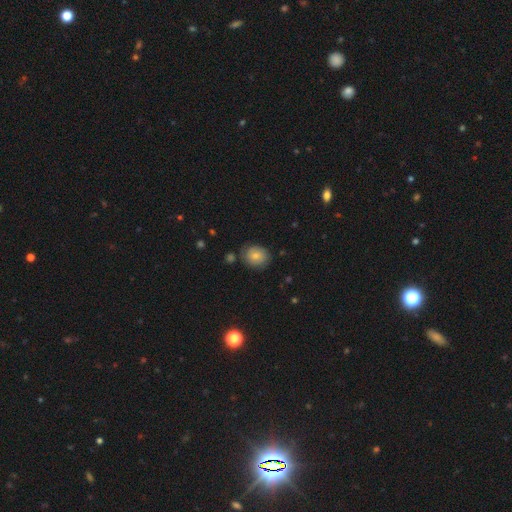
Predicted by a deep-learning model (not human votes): Smooth or featured? smooth (68%)
How rounded? round (70%)
Merging? none (77%)